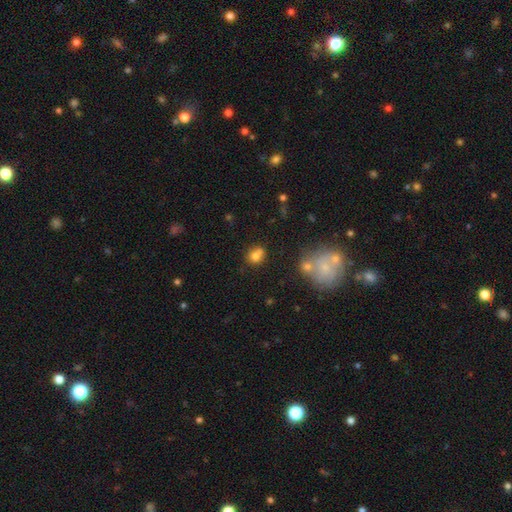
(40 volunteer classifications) Morphology: type=smooth (80%); roundness=round (59%); merging=none (58%).